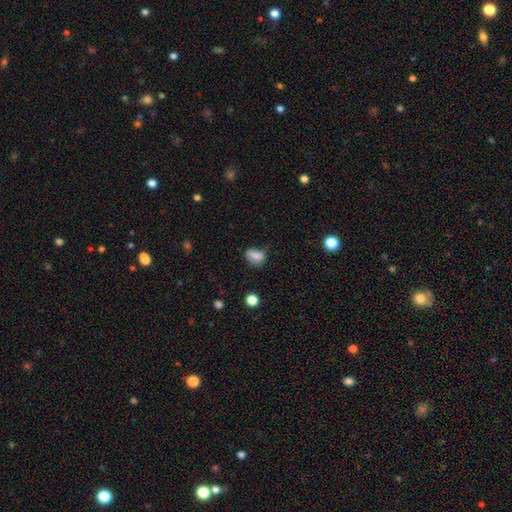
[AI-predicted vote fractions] Smooth or featured? Predicted: smooth (p=0.75). How rounded? Predicted: in between (p=0.61). Merging? Predicted: none (p=0.55).